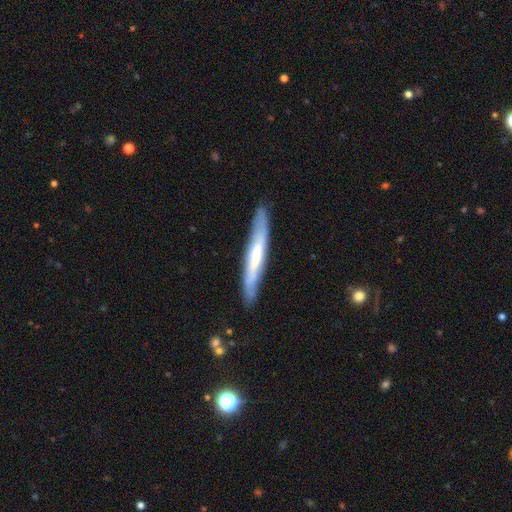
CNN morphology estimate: Smooth or featured? Predicted: smooth (p=0.47, tied with featured or disk). Merging? Predicted: none (p=0.84).